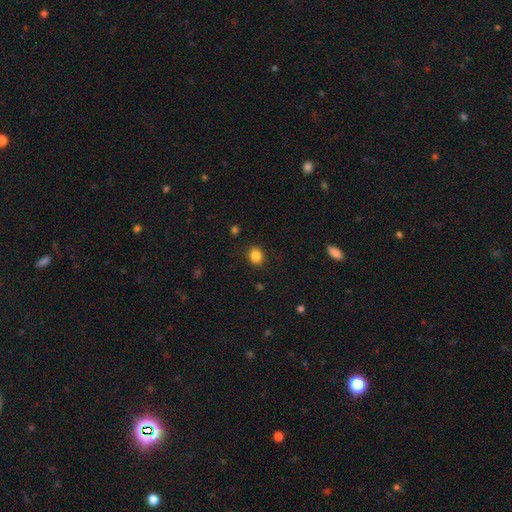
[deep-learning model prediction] Morphology: type=smooth (85%); roundness=round (63%); merging=none (88%).